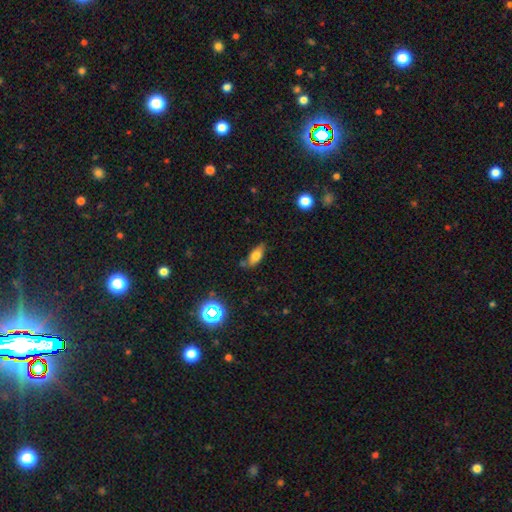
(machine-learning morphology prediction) Overall: smooth (70%). How rounded: in between (79%). Merging: none (69%).